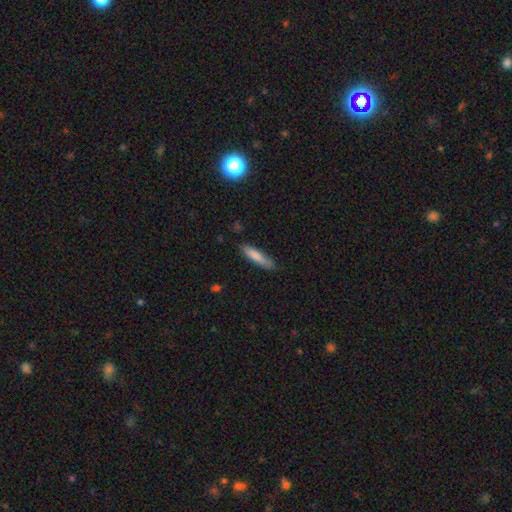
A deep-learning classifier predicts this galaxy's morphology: smooth_or_featured: smooth (p=0.81) [alt: featured or disk p=0.13]
how_rounded: cigar-shaped (p=0.82) [alt: in between p=0.17]
merging: none (p=0.80) [alt: minor disturbance p=0.16]